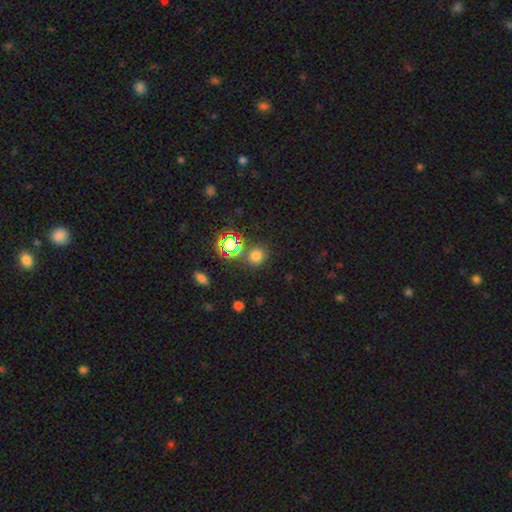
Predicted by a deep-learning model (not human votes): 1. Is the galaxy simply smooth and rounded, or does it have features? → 67% smooth, 27% star or artifact, 6% featured or disk.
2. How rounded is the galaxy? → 83% round, 16% in between, 1% cigar-shaped.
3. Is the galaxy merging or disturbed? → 78% none, 9% merger, 9% minor disturbance, 4% major disturbance.